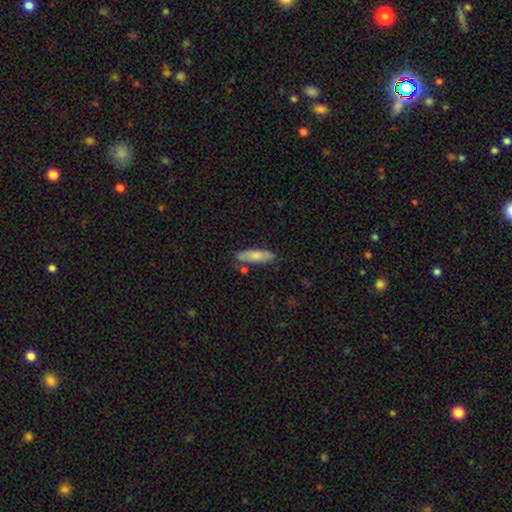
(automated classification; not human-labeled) Smooth or featured? smooth (75%)
How rounded? cigar-shaped (57%)
Merging? none (73%)